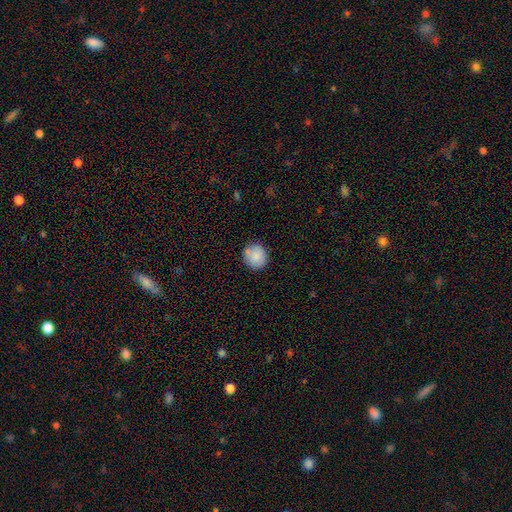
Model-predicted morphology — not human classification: Smooth or featured? smooth (85%)
How rounded? round (88%)
Merging? none (80%)